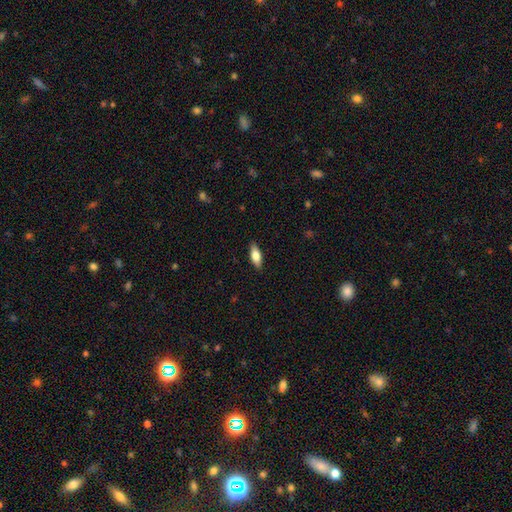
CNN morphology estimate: Smooth or featured? smooth (68%)
How rounded? in between (71%)
Merging? none (88%)